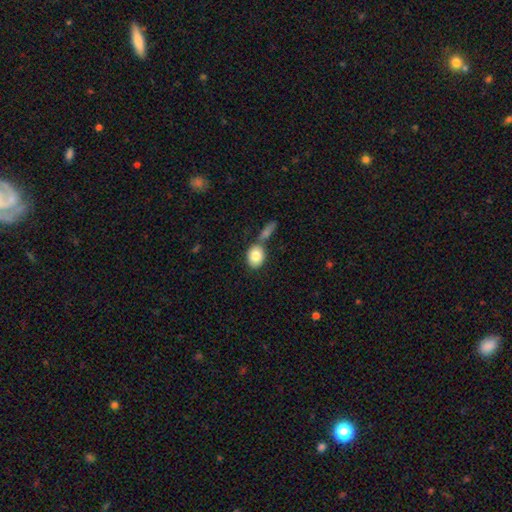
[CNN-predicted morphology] This is clearly a smooth galaxy (83%). How rounded: possibly in between (56%). Merging: possibly none (56%).